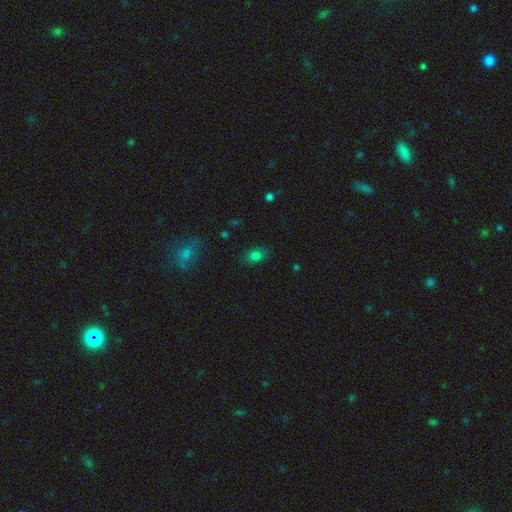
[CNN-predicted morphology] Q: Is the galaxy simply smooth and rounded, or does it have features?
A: smooth — 78%.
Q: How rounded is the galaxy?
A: in between — 77%.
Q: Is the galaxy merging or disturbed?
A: none — 82%.